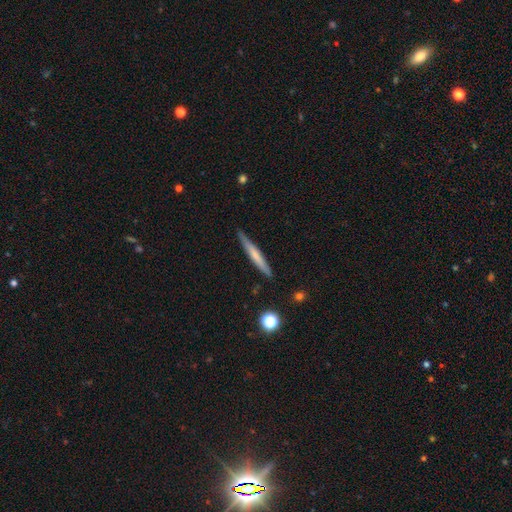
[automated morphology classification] Smooth or featured? smooth (54%)
How rounded? cigar-shaped (95%)
Merging? none (87%)